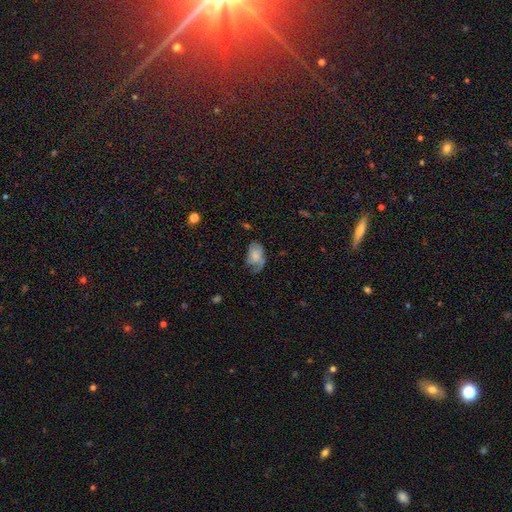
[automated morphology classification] smooth-or-featured: smooth: 52% | featured or disk: 40% | star or artifact: 8%
  how-rounded: in between: 89% | round: 9% | cigar-shaped: 2%
  merging: none: 43% | minor disturbance: 31% | major disturbance: 24% | merger: 2%